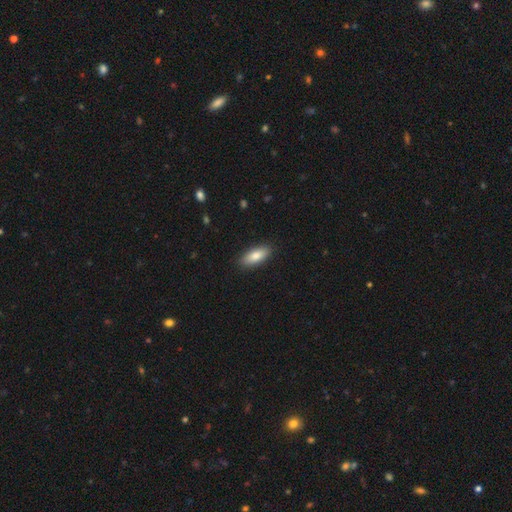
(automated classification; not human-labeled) This appears to be a smooth galaxy with no disk features (82%) that is in between round and cigar-shaped (78%). Merging: none (89%).